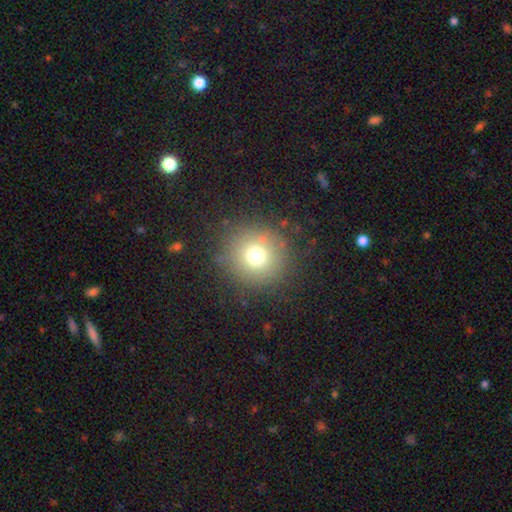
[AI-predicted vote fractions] Morphology: type=smooth (73%); roundness=round (94%); merging=none (85%).